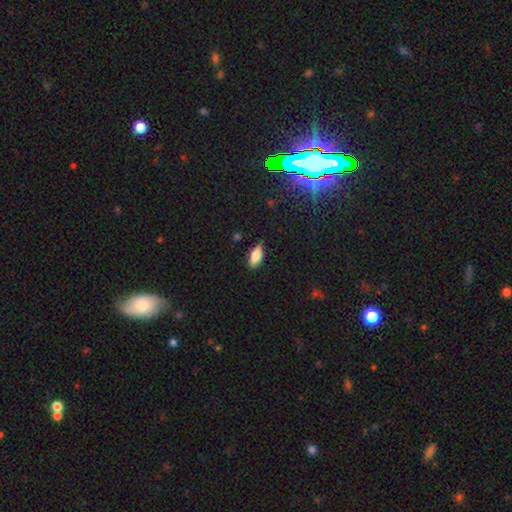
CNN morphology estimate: smooth 78%, featured or disk 15%, star or artifact 7%. Down the decision tree: how rounded — in between (83%); merging — none (82%).